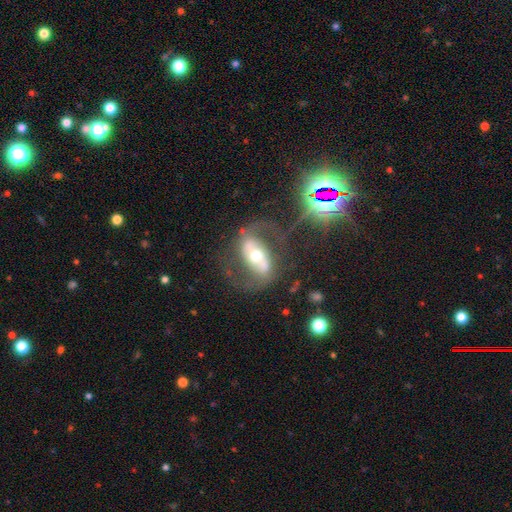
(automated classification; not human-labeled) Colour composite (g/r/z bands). It shows a featured or disk galaxy (76%) with a strong bar (48%), 2 (87%) medium (44%) spiral arms (77%) and a moderate central bulge (66%). Merging: none (64%).